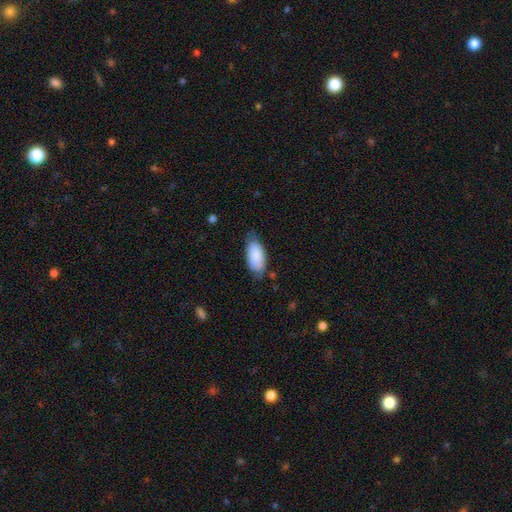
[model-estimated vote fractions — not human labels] smooth_or_featured: smooth (p=0.86) [alt: featured or disk p=0.08]
how_rounded: in between (p=0.92) [alt: cigar-shaped p=0.06]
merging: none (p=0.66) [alt: minor disturbance p=0.27]